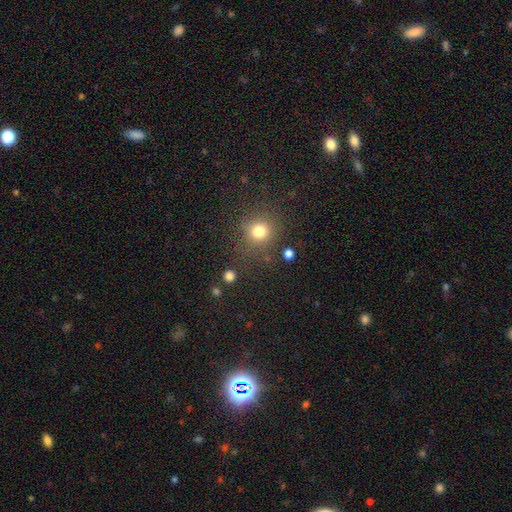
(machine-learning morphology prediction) Overall: smooth (56%; star or artifact 37%). How rounded: round (93%). Merging: none (86%).